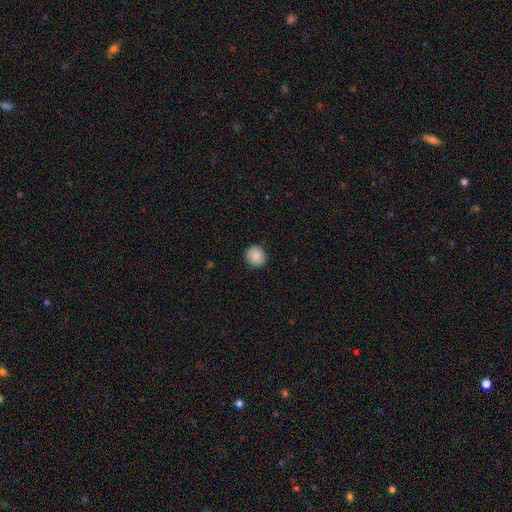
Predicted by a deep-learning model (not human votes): A smooth galaxy with no disk features (86%) that is round (87%).

Vote fractions:
- Smooth or featured? smooth: 86% / star or artifact: 8% / featured or disk: 6%
- How rounded? round: 87% / in between: 12% / cigar-shaped: 1%
- Merging? none: 89% / minor disturbance: 8% / major disturbance: 2% / merger: 1%